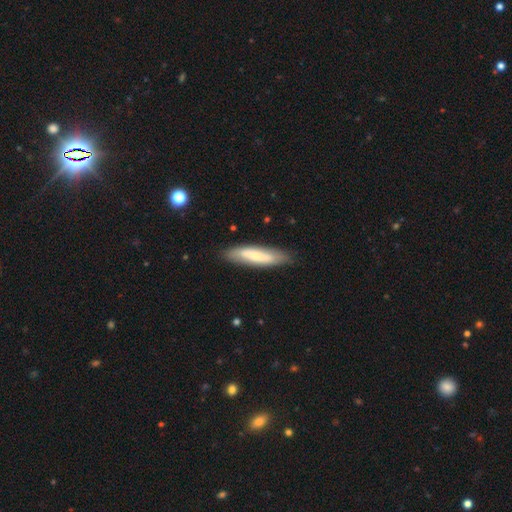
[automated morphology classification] Q: Smooth or featured?
A: smooth (62%); runner-up: featured or disk (33%)
Q: How rounded?
A: cigar-shaped (70%); runner-up: in between (28%)
Q: Merging?
A: none (84%); runner-up: minor disturbance (12%)